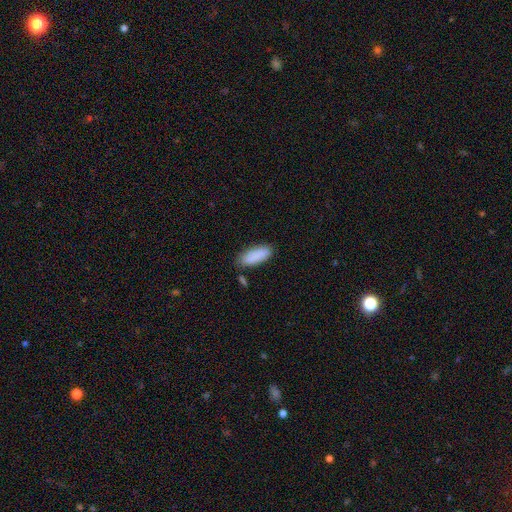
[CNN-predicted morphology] smooth 88%, star or artifact 6%, featured or disk 6%. Down the decision tree: how rounded — in between (73%); merging — none (74%).